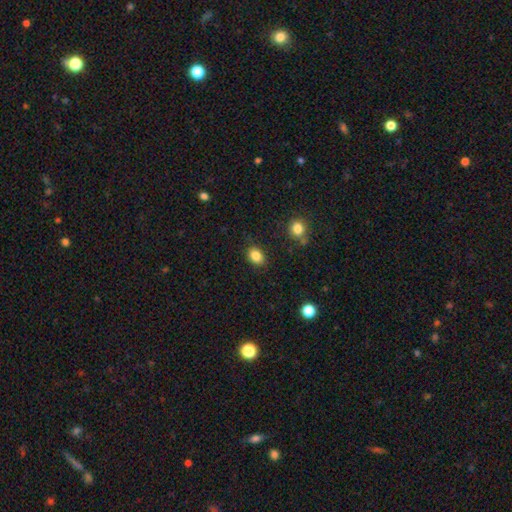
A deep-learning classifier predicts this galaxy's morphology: The model was most divided on "how rounded": in between: 71%, round: 28%, cigar-shaped: 1%. More confident: smooth or featured — smooth (86%); merging — none (84%).